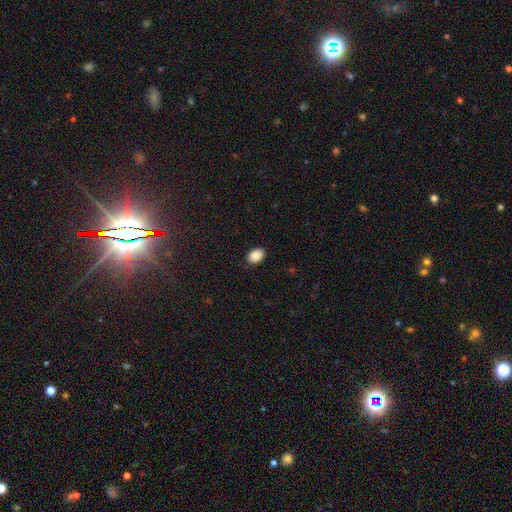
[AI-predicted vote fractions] This appears to be a smooth galaxy with no disk features (88%) that is in between round and cigar-shaped (76%). Merging: none (89%).